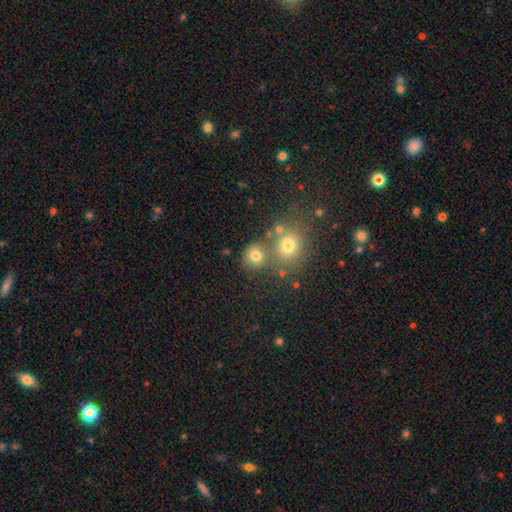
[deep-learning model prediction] Morphology: type=smooth (75%); roundness=round (81%); merging=none (61%).